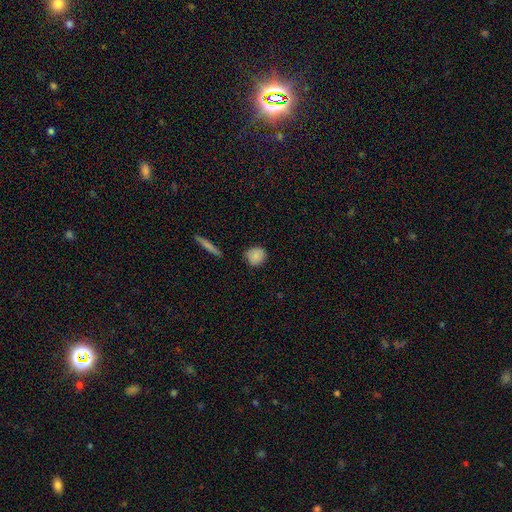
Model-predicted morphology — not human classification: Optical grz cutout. It shows a smooth galaxy with no disk features (83%) that is round (84%). Merging: none (80%).